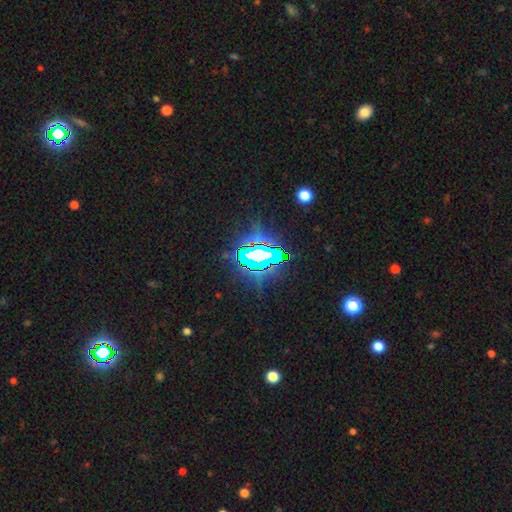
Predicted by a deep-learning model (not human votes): This is likely a star or artifact rather than a galaxy (74%).